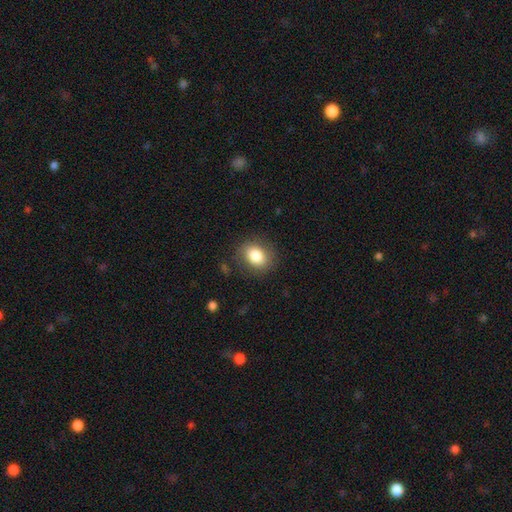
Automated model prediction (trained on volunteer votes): Smooth or featured? smooth (83%)
How rounded? in between (56%)
Merging? none (84%)